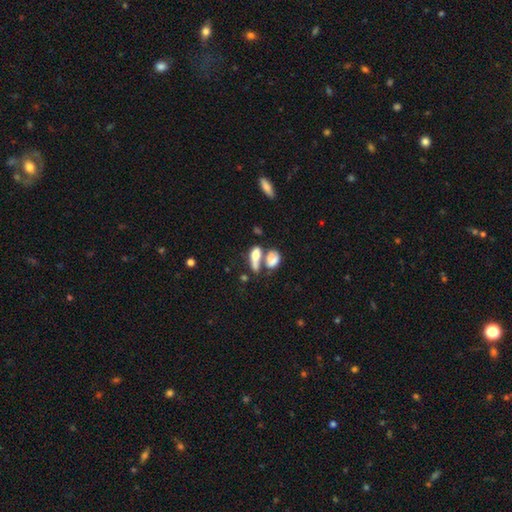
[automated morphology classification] A smooth galaxy with no disk features (69%) that is in between round and cigar-shaped (74%). Merging: merger (49%).